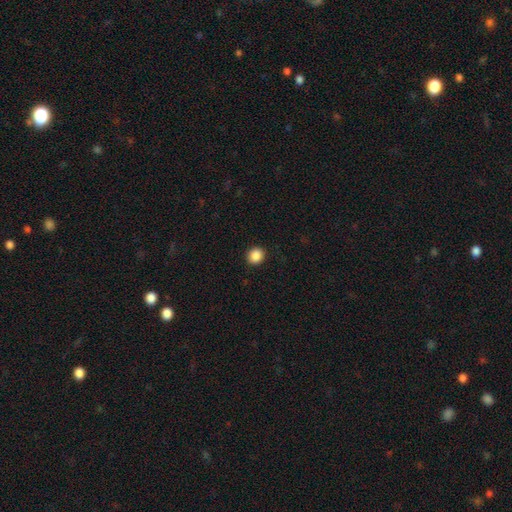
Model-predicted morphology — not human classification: Q: Smooth or featured?
A: smooth (88%); runner-up: star or artifact (9%)
Q: How rounded?
A: round (83%); runner-up: in between (16%)
Q: Merging?
A: none (92%); runner-up: minor disturbance (5%)